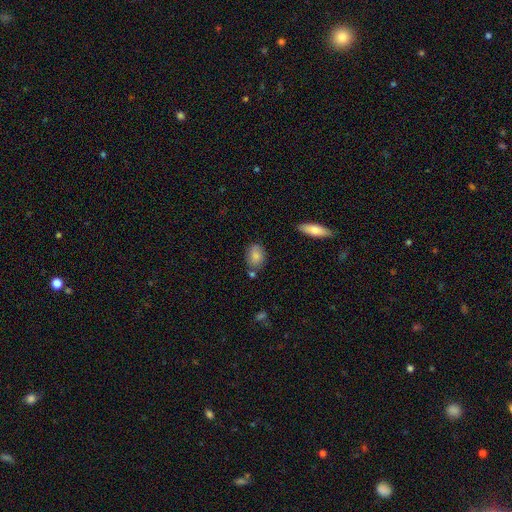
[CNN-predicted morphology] smooth 81%, featured or disk 11%, star or artifact 8%. Down the decision tree: how rounded — in between (75%); merging — none (72%).